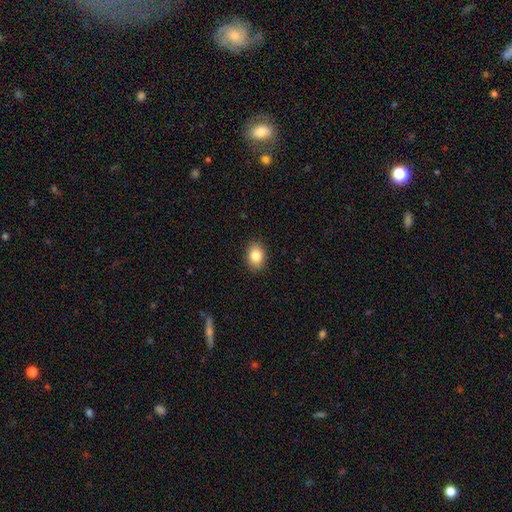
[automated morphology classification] Smooth or featured?
  - smooth: 85% *
  - star or artifact: 9%
  - featured or disk: 7%
How rounded?
  - in between: 69% *
  - round: 30%
  - cigar-shaped: 1%
Merging?
  - none: 90% *
  - minor disturbance: 7%
  - major disturbance: 2%
  - merger: 1%